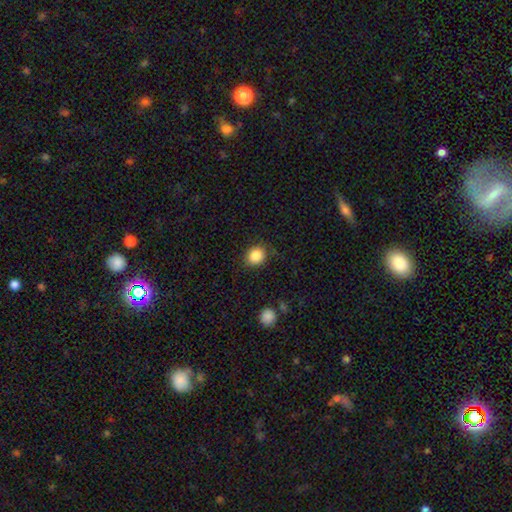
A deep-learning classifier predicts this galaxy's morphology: smooth_or_featured: smooth (p=0.86) [alt: star or artifact p=0.10]
how_rounded: round (p=0.72) [alt: in between p=0.27]
merging: none (p=0.83) [alt: minor disturbance p=0.12]